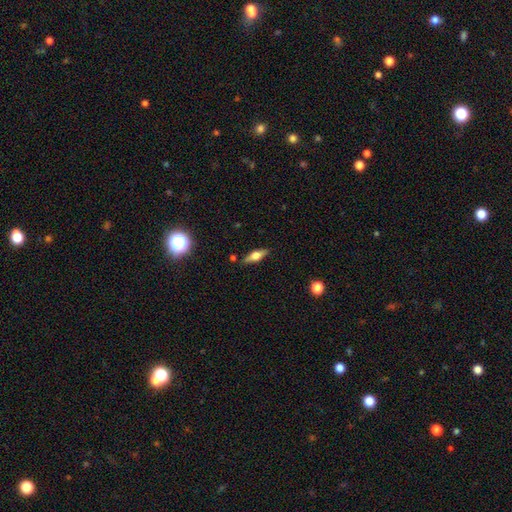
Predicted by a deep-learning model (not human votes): Smooth or featured?
  - featured or disk: 50% *
  - smooth: 42%
  - star or artifact: 8%
Merging?
  - none: 86% *
  - minor disturbance: 10%
  - merger: 2%
  - major disturbance: 2%